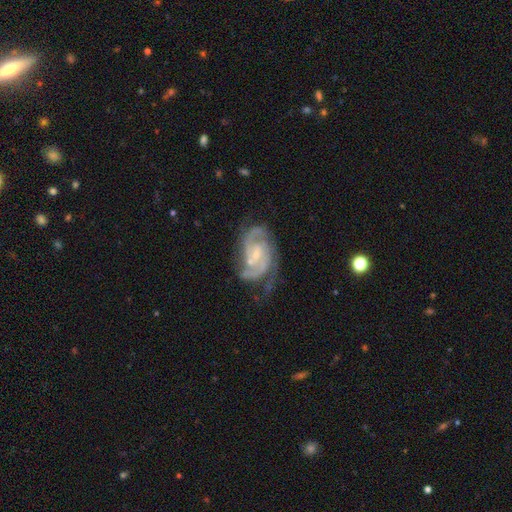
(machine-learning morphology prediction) Smooth or featured?
  - featured or disk: 90% *
  - smooth: 5%
  - star or artifact: 5%
Edge-on disk?
  - no: 98% *
  - yes: 2%
Bar?
  - weak: 47% *
  - no: 40%
  - strong: 13%
Spiral arms?
  - yes: 97% *
  - no: 3%
Spiral winding?
  - medium: 48% *
  - tight: 43%
  - loose: 9%
Spiral arm count?
  - 2: 67% *
  - 3: 16%
  - can't tell: 9%
  - 4: 3%
  - 1: 3%
  - more than 4: 3%
Bulge size?
  - small: 68% *
  - moderate: 23%
  - none: 7%
  - large: 1%
  - dominant: 1%
Merging?
  - none: 58% *
  - minor disturbance: 22%
  - major disturbance: 14%
  - merger: 6%